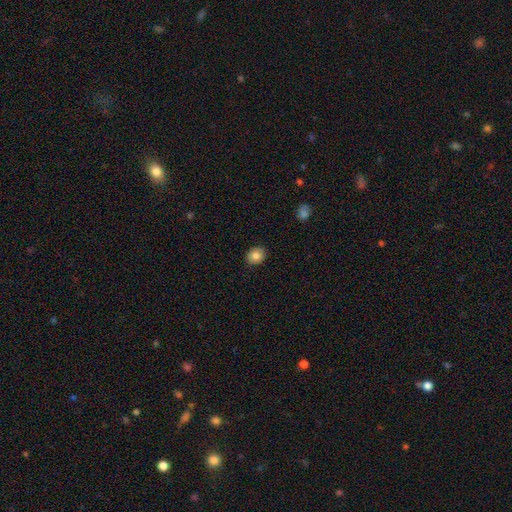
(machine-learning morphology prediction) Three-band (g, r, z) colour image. It shows a smooth galaxy with no disk features (83%) that is round (57%). Merging: none (89%).